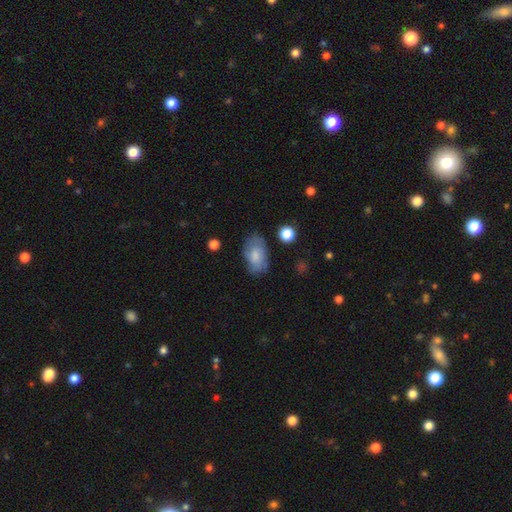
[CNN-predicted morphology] Overall: smooth (71%). How rounded: in between (92%). Merging: none (67%).